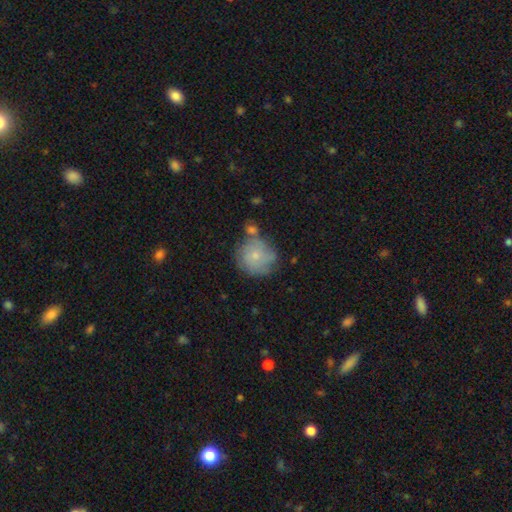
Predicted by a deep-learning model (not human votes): Smooth or featured: smooth — 62% (featured or disk — 31%)
How rounded: round — 88% (in between — 11%)
Merging: none — 51% (minor disturbance — 24%)